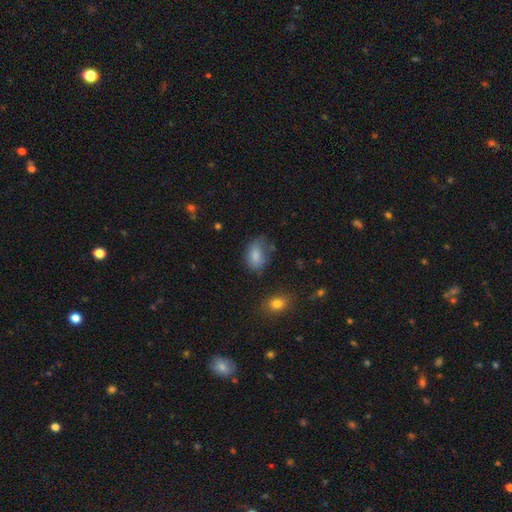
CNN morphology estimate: smooth-or-featured: smooth: 79% | featured or disk: 11% | star or artifact: 10%
  how-rounded: in between: 86% | round: 12% | cigar-shaped: 2%
  merging: none: 48% | minor disturbance: 33% | major disturbance: 15% | merger: 4%